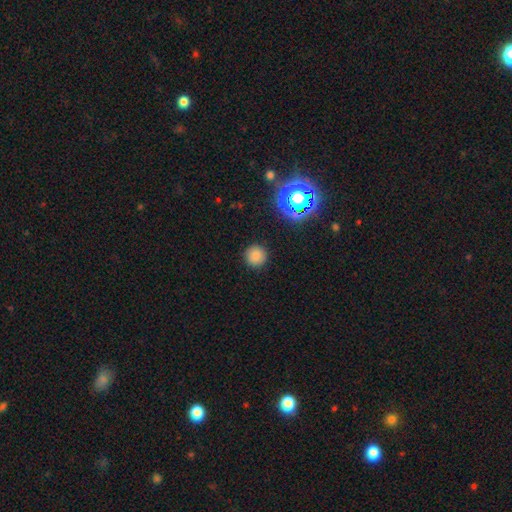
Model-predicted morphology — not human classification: smooth_or_featured: smooth (p=0.79) [alt: star or artifact p=0.16]
how_rounded: round (p=0.95) [alt: in between p=0.04]
merging: none (p=0.91) [alt: minor disturbance p=0.06]